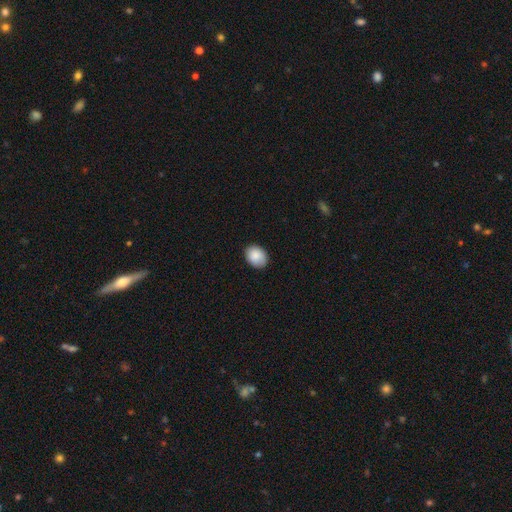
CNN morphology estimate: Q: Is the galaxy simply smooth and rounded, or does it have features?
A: smooth — 88%.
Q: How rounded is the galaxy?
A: in between — 63%.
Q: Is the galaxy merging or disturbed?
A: none — 85%.